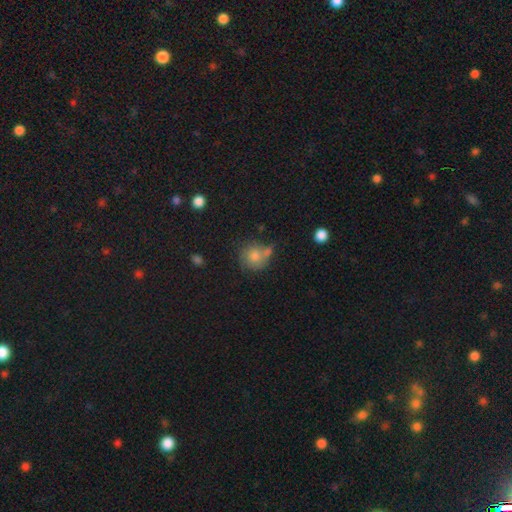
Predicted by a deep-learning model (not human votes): Q: Smooth or featured?
A: smooth (78%); runner-up: featured or disk (13%)
Q: How rounded?
A: round (86%); runner-up: in between (13%)
Q: Merging?
A: none (53%); runner-up: merger (21%)